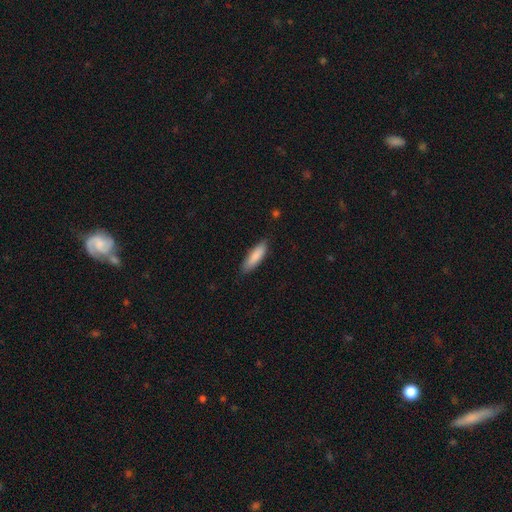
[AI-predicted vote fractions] A smooth galaxy with no disk features (86%) that is cigar-shaped (57%). Merging: none (83%).